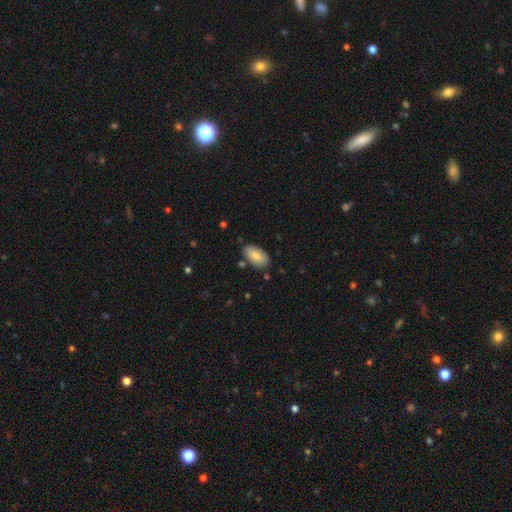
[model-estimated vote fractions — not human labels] Q: Smooth or featured?
A: smooth (79%); runner-up: featured or disk (15%)
Q: How rounded?
A: in between (94%); runner-up: cigar-shaped (3%)
Q: Merging?
A: none (80%); runner-up: minor disturbance (14%)